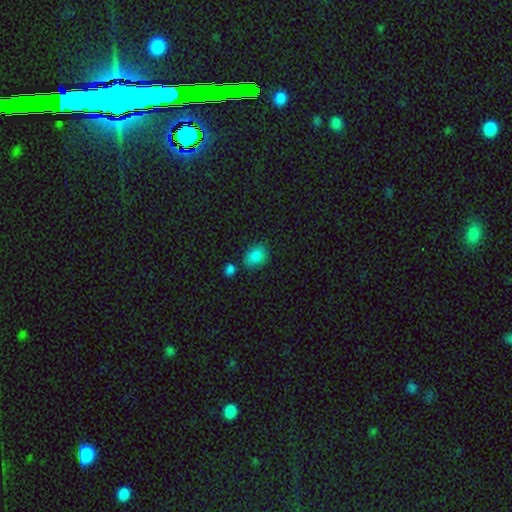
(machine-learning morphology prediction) This is clearly a smooth galaxy (85%). How rounded: likely in between (68%). Merging: likely none (70%).